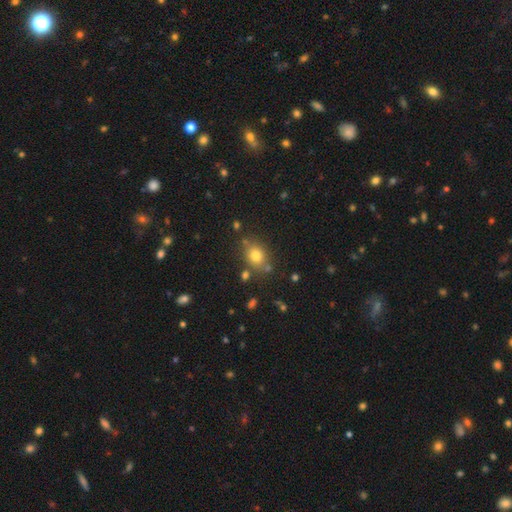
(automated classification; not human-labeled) The model was most divided on "how rounded": round: 54%, in between: 45%, cigar-shaped: 1%. More confident: smooth or featured — smooth (77%); merging — none (76%).